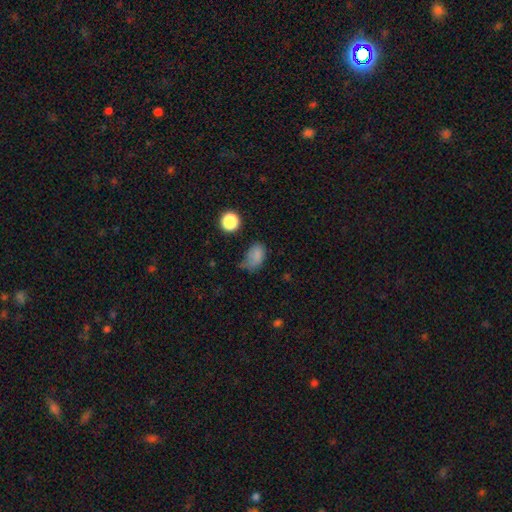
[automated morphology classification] This appears to be a smooth galaxy with no disk features (78%) that is in between round and cigar-shaped (82%). Merging: none (37%).